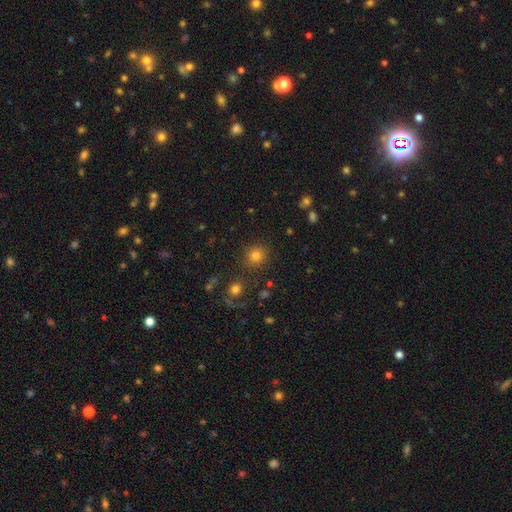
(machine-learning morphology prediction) This is likely a smooth galaxy (79%). How rounded: clearly round (92%). Merging: clearly none (86%).